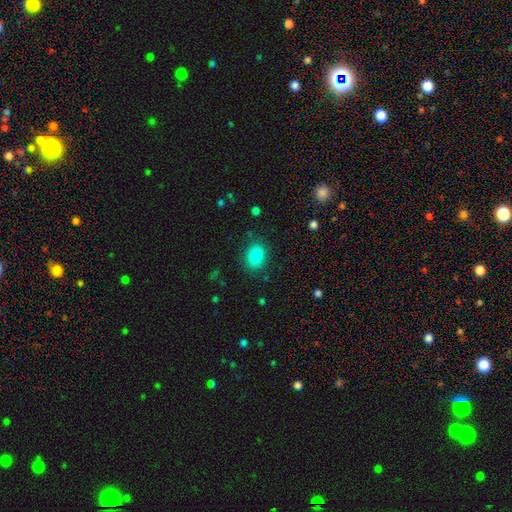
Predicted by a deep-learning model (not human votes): smooth-or-featured: smooth: 86% | star or artifact: 9% | featured or disk: 5%
  how-rounded: in between: 67% | round: 32% | cigar-shaped: 1%
  merging: none: 84% | minor disturbance: 11% | major disturbance: 4% | merger: 1%